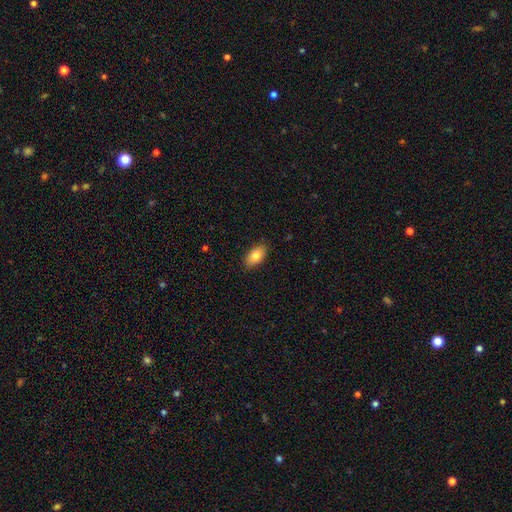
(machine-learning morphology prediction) A smooth galaxy with no disk features (81%) that is in between round and cigar-shaped (93%).

Vote fractions:
- Smooth or featured? smooth: 81% / featured or disk: 12% / star or artifact: 7%
- How rounded? in between: 93% / round: 5% / cigar-shaped: 3%
- Merging? none: 87% / minor disturbance: 10% / major disturbance: 2% / merger: 1%